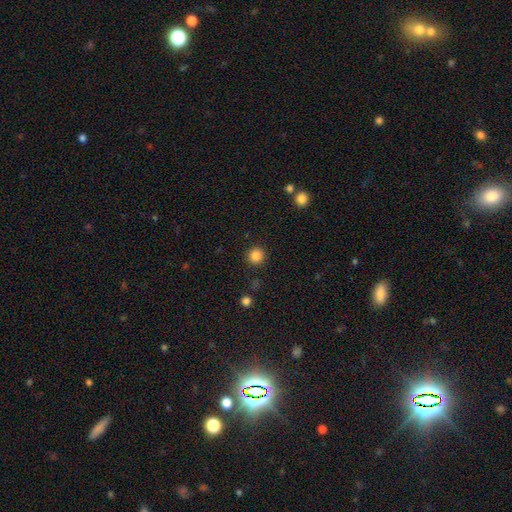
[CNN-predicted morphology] Smooth or featured?
  - smooth: 85% *
  - star or artifact: 12%
  - featured or disk: 4%
How rounded?
  - round: 94% *
  - in between: 5%
  - cigar-shaped: 1%
Merging?
  - none: 91% *
  - minor disturbance: 5%
  - major disturbance: 2%
  - merger: 2%